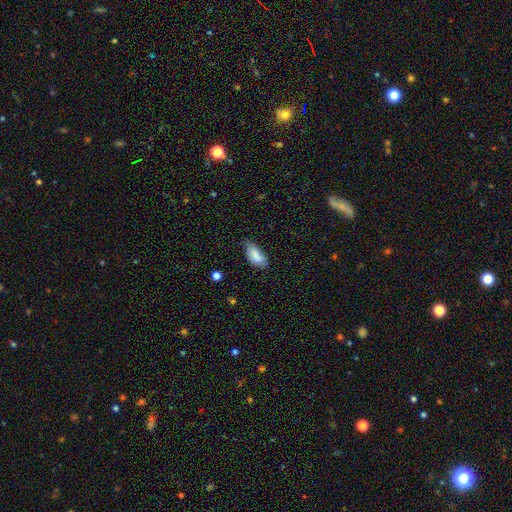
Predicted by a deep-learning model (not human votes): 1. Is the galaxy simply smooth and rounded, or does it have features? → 81% smooth, 12% featured or disk, 7% star or artifact.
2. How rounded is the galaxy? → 88% in between, 9% cigar-shaped, 2% round.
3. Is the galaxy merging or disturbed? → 53% none, 37% minor disturbance, 8% major disturbance, 2% merger.